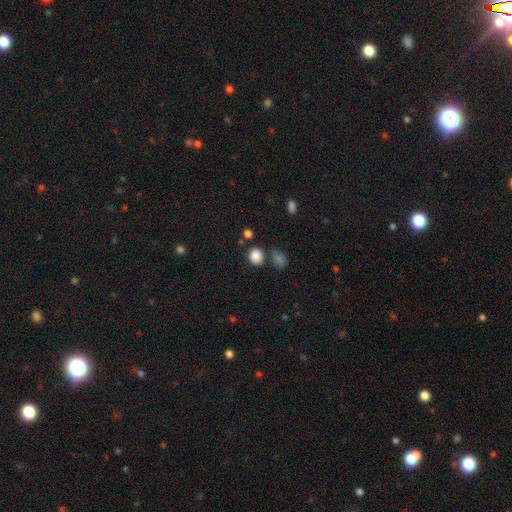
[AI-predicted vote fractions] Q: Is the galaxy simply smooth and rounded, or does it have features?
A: smooth — 85%.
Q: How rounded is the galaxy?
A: round — 71%.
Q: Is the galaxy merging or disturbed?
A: none — 72%.